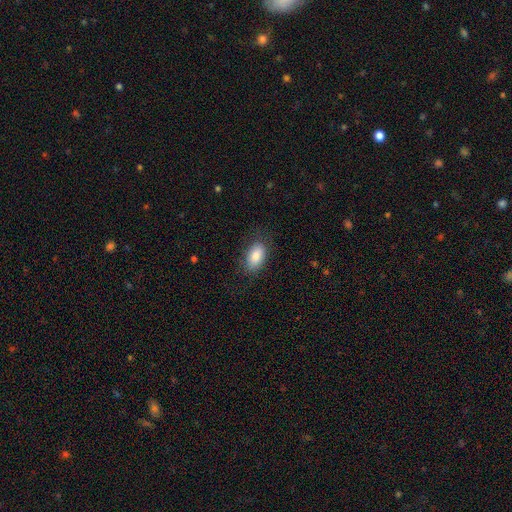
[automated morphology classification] smooth-or-featured: smooth: 85% | featured or disk: 8% | star or artifact: 7%
  how-rounded: in between: 92% | round: 6% | cigar-shaped: 2%
  merging: none: 79% | minor disturbance: 15% | major disturbance: 5% | merger: 1%